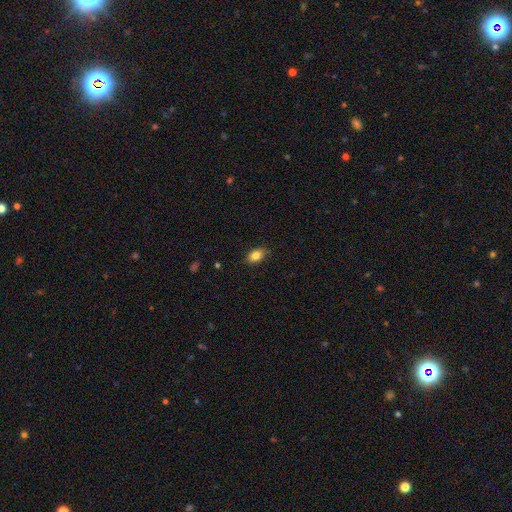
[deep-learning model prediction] The model was most divided on "merging": none: 83%, minor disturbance: 14%, major disturbance: 2%, merger: 1%. More confident: how rounded — in between (84%); smooth or featured — smooth (84%).